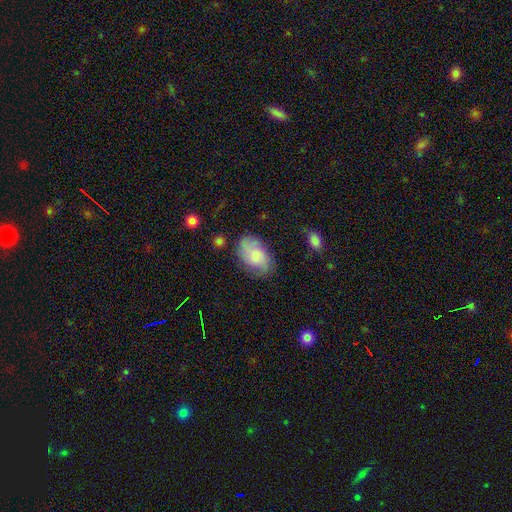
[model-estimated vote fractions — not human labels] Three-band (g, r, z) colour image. It shows a smooth galaxy with no disk features (68%) that is in between round and cigar-shaped (91%). Merging: none (68%).